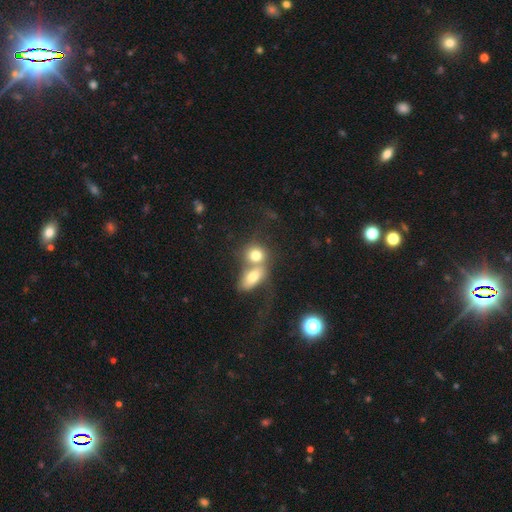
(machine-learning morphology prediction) This appears to be a smooth galaxy with no disk features (71%) that is round (51%). Merging: merger (69%).